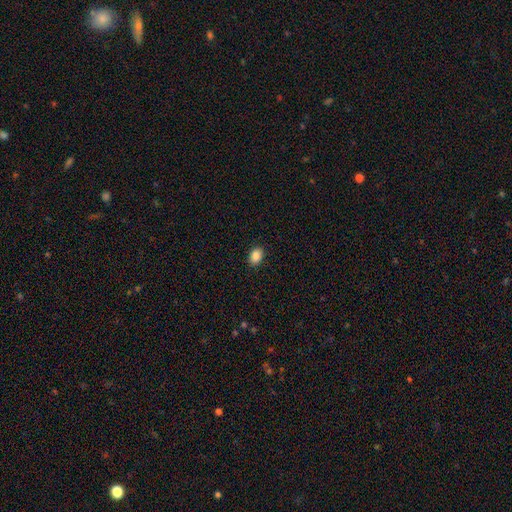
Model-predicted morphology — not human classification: type=smooth (88%); roundness=in between (78%); merging=none (90%).